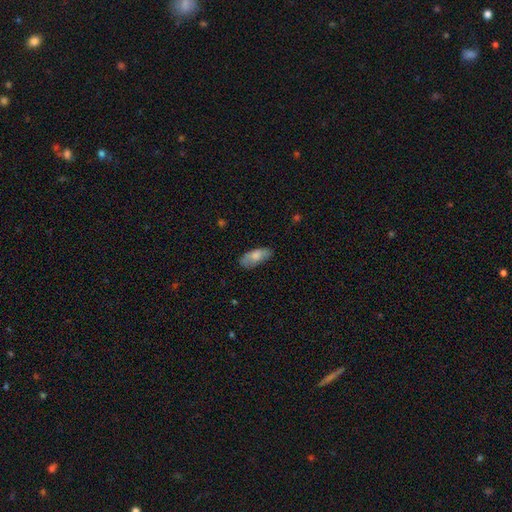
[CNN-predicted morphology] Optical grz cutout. It shows a smooth galaxy with no disk features (75%) that is in between round and cigar-shaped (84%). Merging: none (68%).